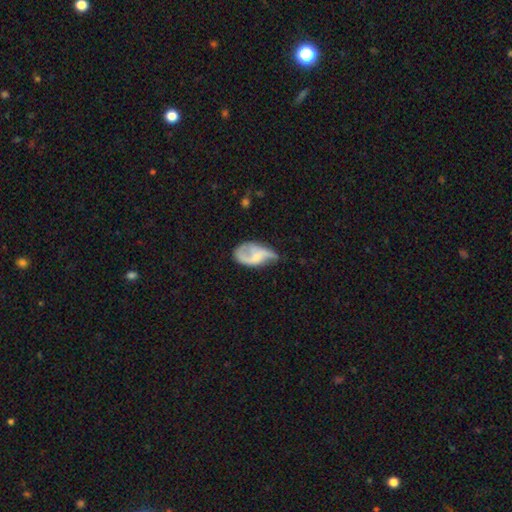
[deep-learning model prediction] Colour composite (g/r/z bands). It shows a featured or disk galaxy (66%) with no bar (56%), 2 (72%) loose (59%) spiral arms (82%) and a small central bulge (40%). Merging: none (36%).